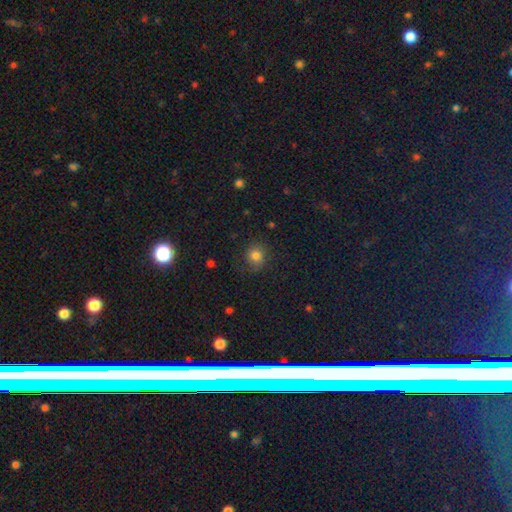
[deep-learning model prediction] Q: Smooth or featured?
A: smooth (78%); runner-up: star or artifact (13%)
Q: How rounded?
A: round (80%); runner-up: in between (19%)
Q: Merging?
A: none (78%); runner-up: minor disturbance (15%)